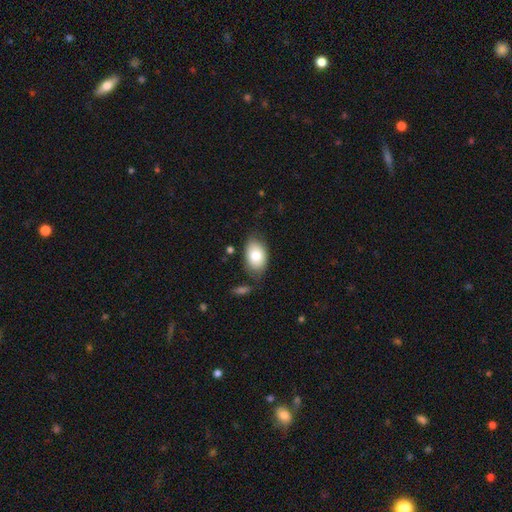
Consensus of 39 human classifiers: Smooth or featured?
  - smooth: 82% *
  - featured or disk: 15%
  - star or artifact: 3%
How rounded?
  - in between: 81% *
  - round: 9%
  - cigar-shaped: 9%
Merging?
  - none: 68% *
  - minor disturbance: 26%
  - major disturbance: 5%
  - merger: 0%